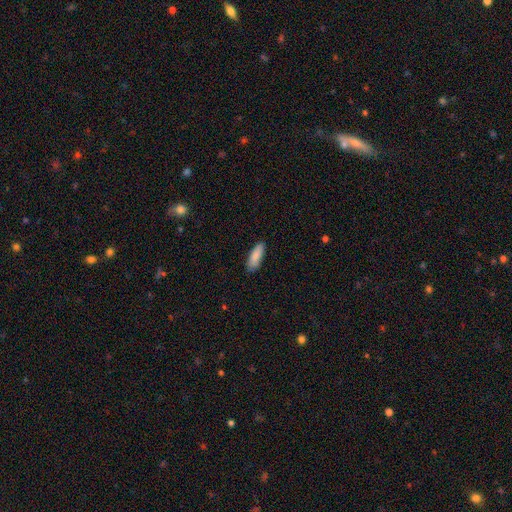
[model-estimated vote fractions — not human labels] smooth_or_featured: smooth (p=0.88) [alt: featured or disk p=0.06]
how_rounded: in between (p=0.59) [alt: cigar-shaped p=0.39]
merging: none (p=0.84) [alt: minor disturbance p=0.12]